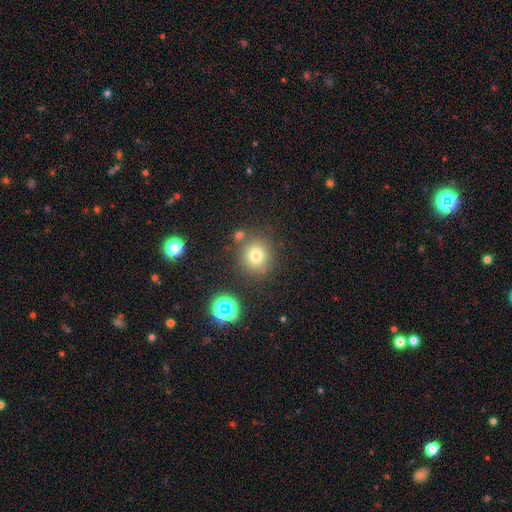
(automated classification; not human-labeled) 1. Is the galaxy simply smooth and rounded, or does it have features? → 74% smooth, 17% star or artifact, 9% featured or disk.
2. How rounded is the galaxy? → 89% round, 10% in between, 1% cigar-shaped.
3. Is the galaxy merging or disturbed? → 78% none, 10% minor disturbance, 8% merger, 4% major disturbance.